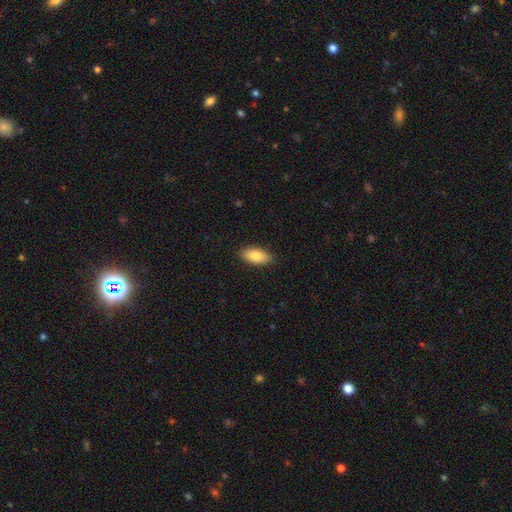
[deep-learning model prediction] A smooth galaxy with no disk features (85%) that is in between round and cigar-shaped (90%). Merging: none (89%).